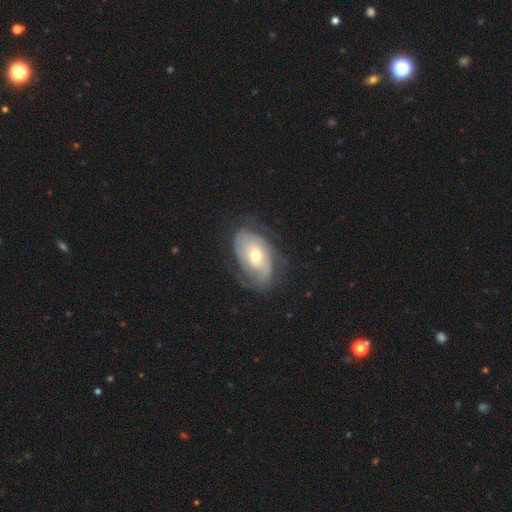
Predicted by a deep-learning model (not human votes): Morphology: type=featured or disk (76%); edge-on=no (95%); bar=no (73%); spiral arms=yes (87%); winding=tight (57%); arm count=2 (44%); bulge=moderate (65%); merging=none (65%).